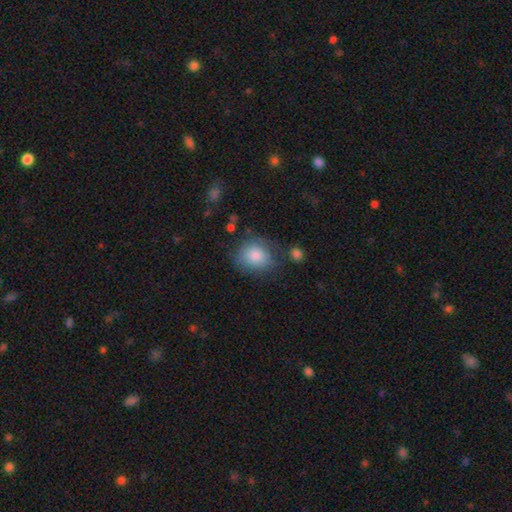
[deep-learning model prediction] A smooth galaxy with no disk features (82%) that is round (56%).

Vote fractions:
- Smooth or featured? smooth: 82% / featured or disk: 10% / star or artifact: 8%
- How rounded? round: 56% / in between: 43% / cigar-shaped: 1%
- Merging? none: 63% / minor disturbance: 24% / major disturbance: 9% / merger: 5%